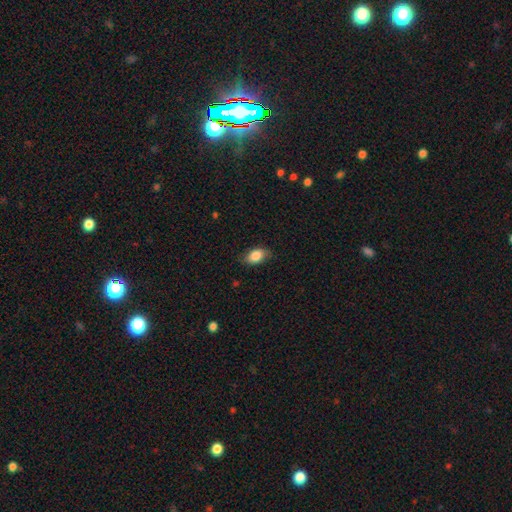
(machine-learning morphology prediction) smooth 84%, featured or disk 8%, star or artifact 7%. Down the decision tree: how rounded — in between (88%); merging — none (78%).